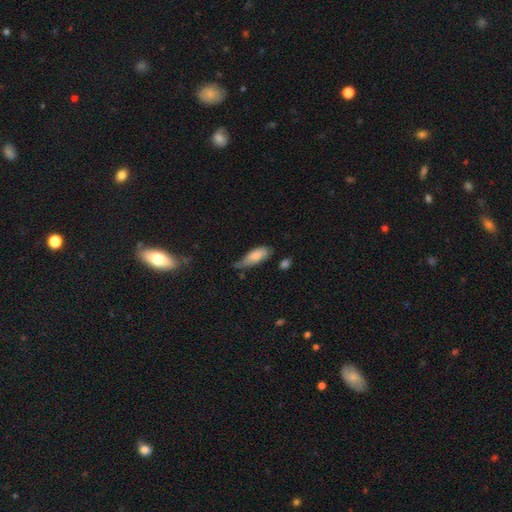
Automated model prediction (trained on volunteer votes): Smooth or featured: smooth — 77% (featured or disk — 17%)
How rounded: in between — 73% (cigar-shaped — 25%)
Merging: minor disturbance — 47% (none — 34%)